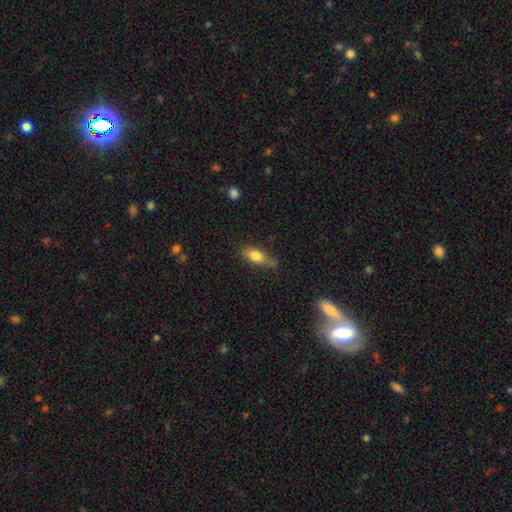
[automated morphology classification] type=smooth (78%); roundness=in between (79%); merging=none (61%).